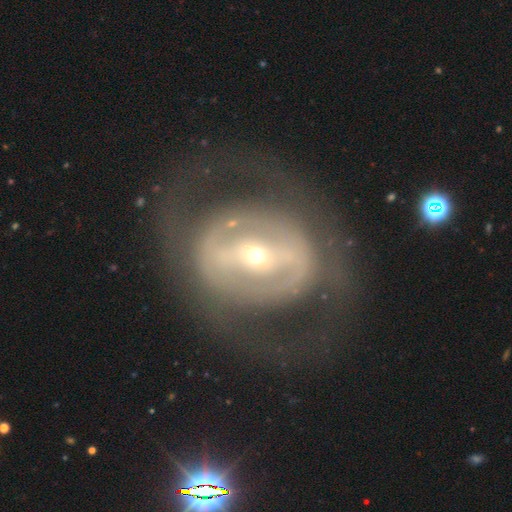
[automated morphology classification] smooth-or-featured: featured or disk: 80% | smooth: 13% | star or artifact: 7%
  disk-edge-on: no: 93% | yes: 7%
    bar: strong: 56% | weak: 26% | no: 18%
    has-spiral-arms: no: 57% | yes: 43%
    bulge-size: small: 65% | moderate: 30% | large: 3% | dominant: 1% | none: 1%
  merging: none: 70% | major disturbance: 16% | minor disturbance: 12% | merger: 2%